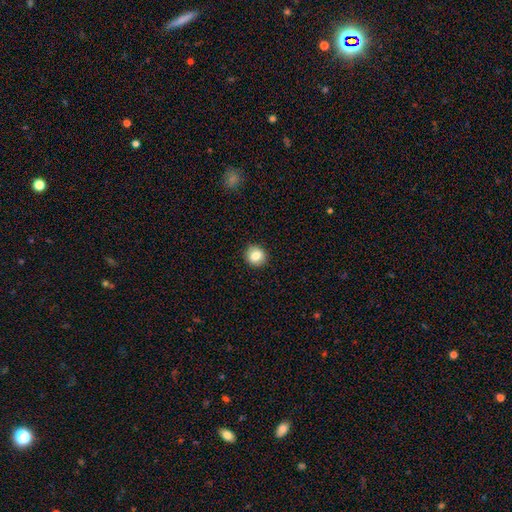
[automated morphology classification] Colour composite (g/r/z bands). It shows a smooth galaxy with no disk features (82%) that is round (84%). Merging: none (90%).